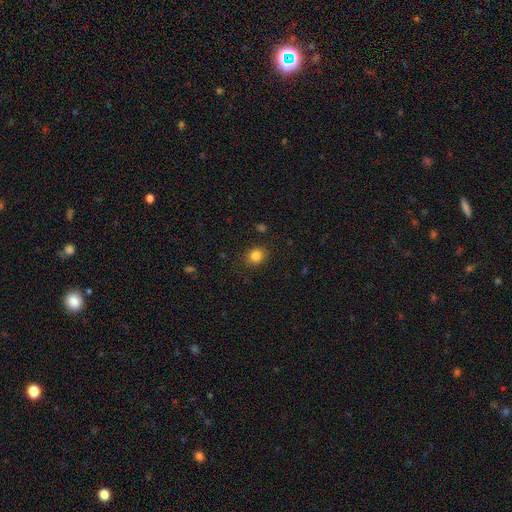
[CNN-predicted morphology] Smooth or featured? Predicted: smooth (p=0.83). How rounded? Predicted: round (p=0.68). Merging? Predicted: none (p=0.86).